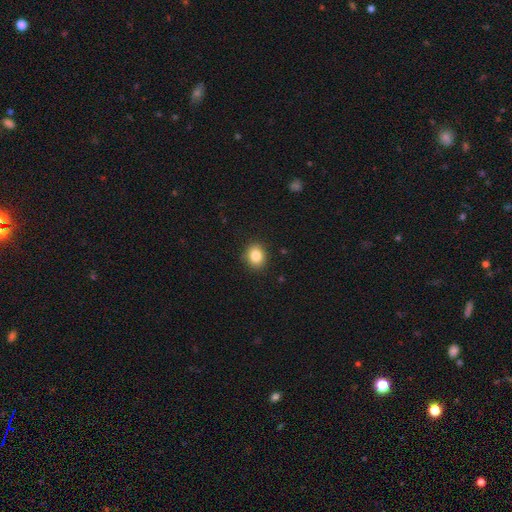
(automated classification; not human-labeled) Smooth or featured: smooth — 84% (star or artifact — 10%)
How rounded: round — 63% (in between — 36%)
Merging: none — 89% (minor disturbance — 8%)